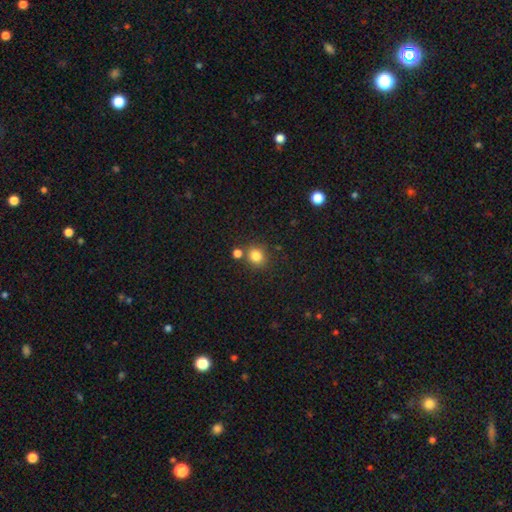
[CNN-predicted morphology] A smooth galaxy with no disk features (82%) that is round (80%). Merging: none (74%).